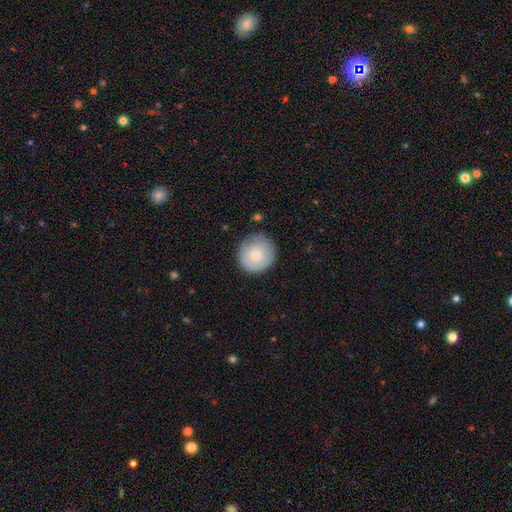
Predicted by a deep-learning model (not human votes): Smooth or featured: smooth — 79% (featured or disk — 15%)
How rounded: round — 94% (in between — 5%)
Merging: none — 81% (minor disturbance — 14%)